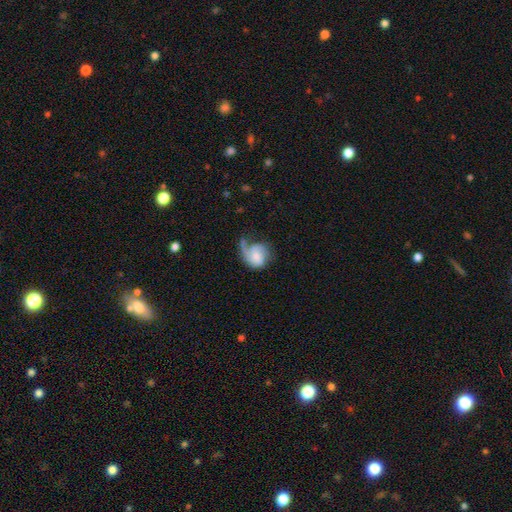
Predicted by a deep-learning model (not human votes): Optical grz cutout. It shows a featured or disk galaxy (51%). Merging: major disturbance (41%).